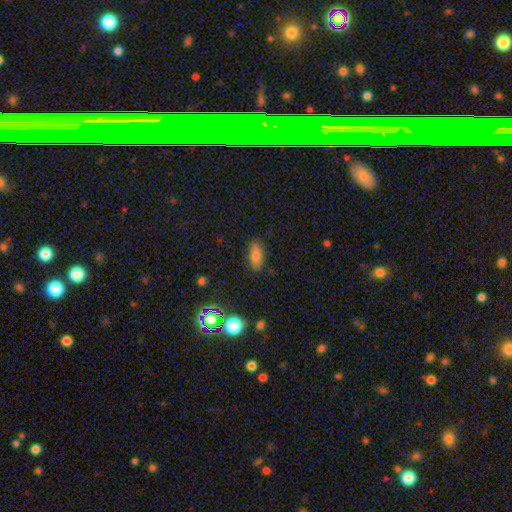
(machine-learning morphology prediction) Smooth or featured? Predicted: smooth (p=0.74). How rounded? Predicted: in between (p=0.82). Merging? Predicted: none (p=0.81).